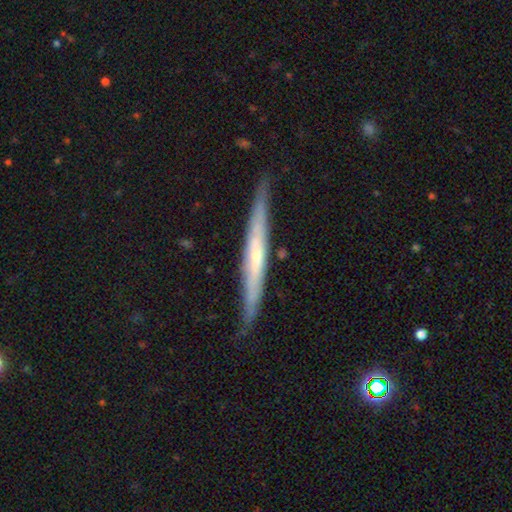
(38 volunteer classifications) This is likely a featured or disk galaxy (71%). It is clearly viewed edge-on (93%). Edge-on bulge: likely none (68%). Merging: likely none (71%).